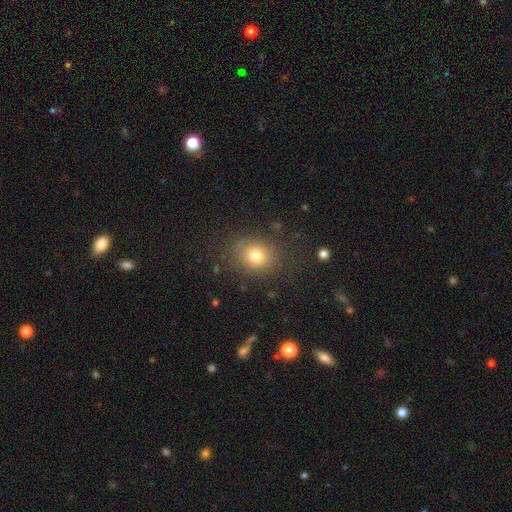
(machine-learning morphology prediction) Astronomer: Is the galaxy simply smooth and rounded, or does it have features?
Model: smooth — 77%.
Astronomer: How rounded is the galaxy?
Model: round — 62% (runner-up: in between, 37%).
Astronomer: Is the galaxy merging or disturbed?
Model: none — 80%.